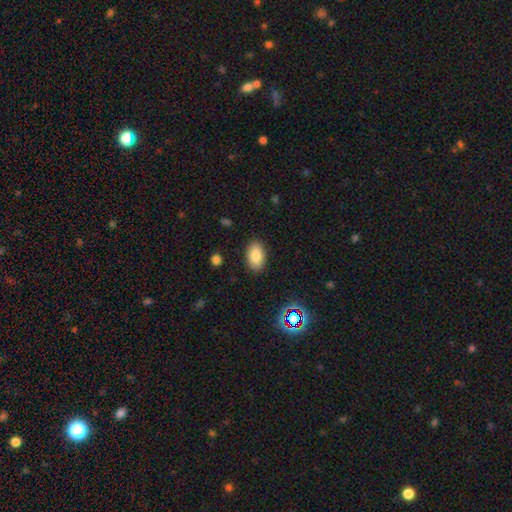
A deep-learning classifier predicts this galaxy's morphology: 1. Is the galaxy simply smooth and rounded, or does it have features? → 84% smooth, 9% star or artifact, 7% featured or disk.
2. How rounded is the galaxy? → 93% in between, 5% round, 2% cigar-shaped.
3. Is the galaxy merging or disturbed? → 88% none, 9% minor disturbance, 2% major disturbance, 1% merger.